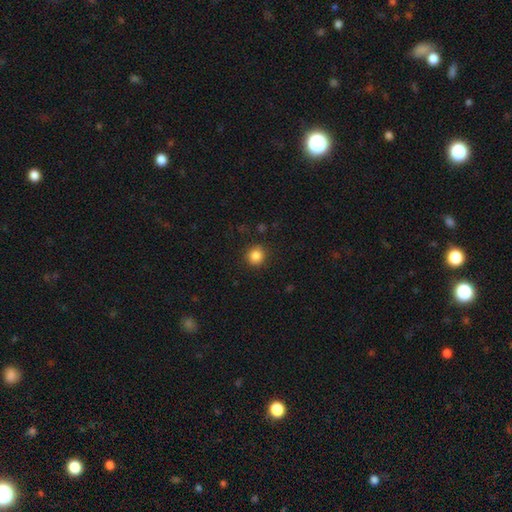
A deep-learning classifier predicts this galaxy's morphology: A smooth galaxy with no disk features (85%) that is round (91%). Merging: none (89%).